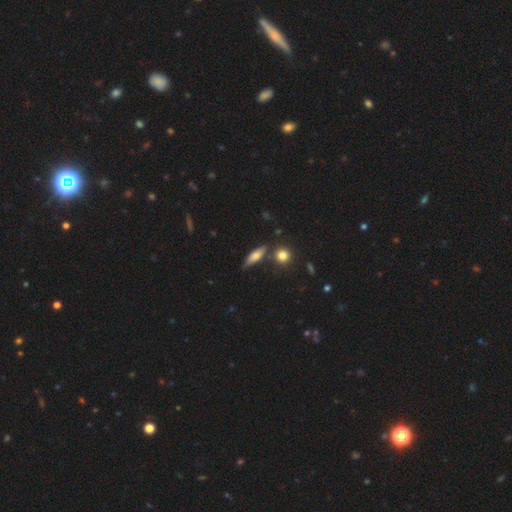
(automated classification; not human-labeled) This is likely a smooth galaxy (61%). How rounded: possibly cigar-shaped (53%). Merging: likely none (74%).